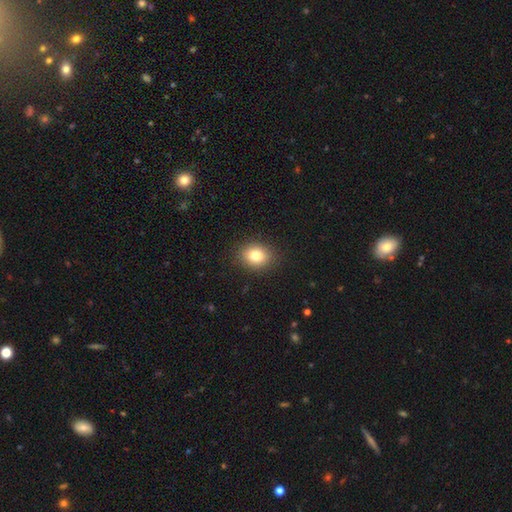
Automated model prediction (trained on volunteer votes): smooth-or-featured: smooth: 81% | star or artifact: 11% | featured or disk: 9%
  how-rounded: round: 57% | in between: 42% | cigar-shaped: 1%
  merging: none: 88% | minor disturbance: 8% | major disturbance: 2% | merger: 1%